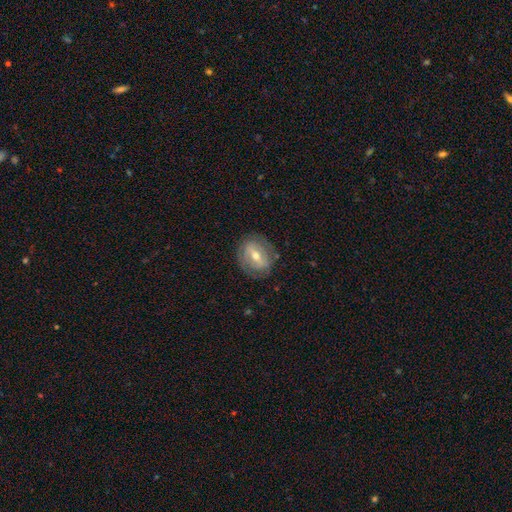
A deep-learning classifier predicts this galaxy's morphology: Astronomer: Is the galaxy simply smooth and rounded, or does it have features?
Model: featured or disk — 62%.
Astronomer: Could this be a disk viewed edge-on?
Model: no — 92%.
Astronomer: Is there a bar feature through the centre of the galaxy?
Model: strong — 41% (runner-up: weak, 38%).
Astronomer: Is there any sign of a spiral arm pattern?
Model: no — 50%, tied with yes at 50%.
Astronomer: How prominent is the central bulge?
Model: moderate — 65%.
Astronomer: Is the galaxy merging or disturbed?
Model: none — 76%.